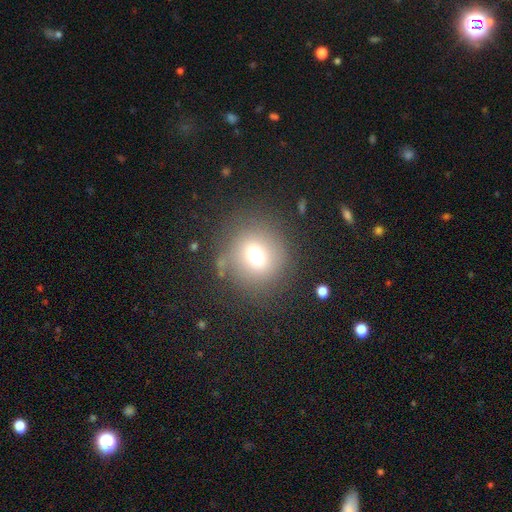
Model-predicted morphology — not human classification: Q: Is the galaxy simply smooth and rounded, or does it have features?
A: smooth — 68%.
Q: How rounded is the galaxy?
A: round — 89%.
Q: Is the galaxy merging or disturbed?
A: none — 77%.